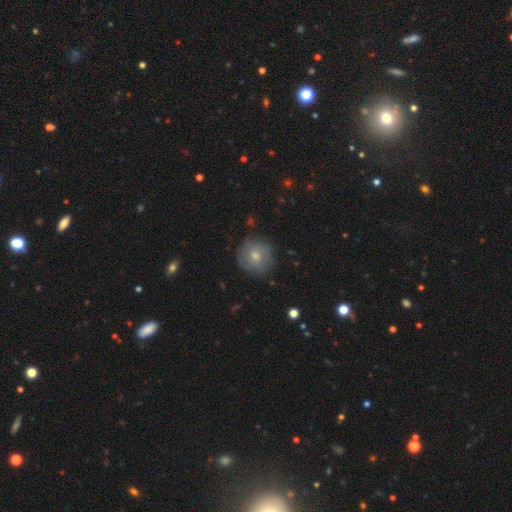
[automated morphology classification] type=smooth (61%); roundness=round (91%); merging=none (79%).